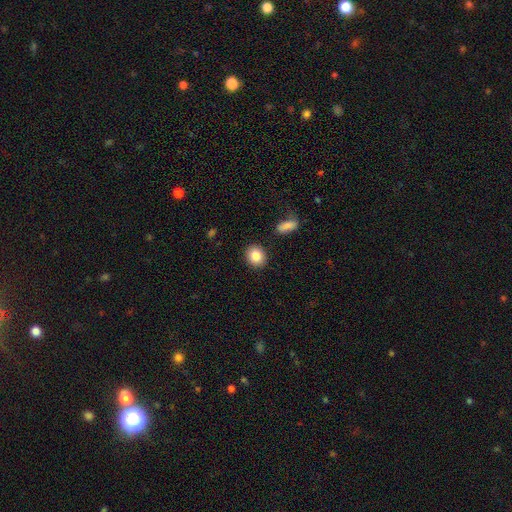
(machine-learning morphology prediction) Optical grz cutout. It shows a smooth galaxy with no disk features (86%) that is round (69%). Merging: none (88%).